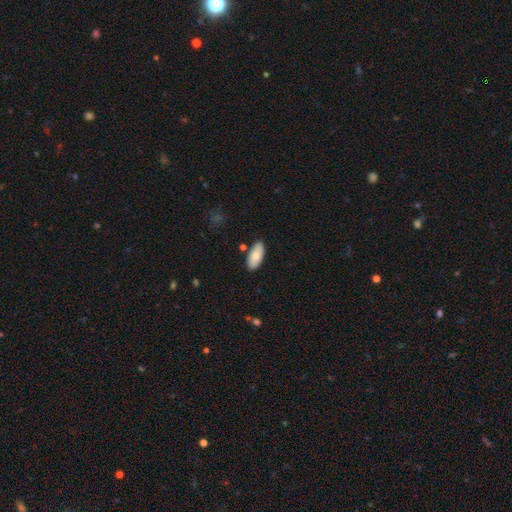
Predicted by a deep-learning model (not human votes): This is clearly a smooth galaxy (81%). How rounded: clearly in between (89%). Merging: clearly none (84%).